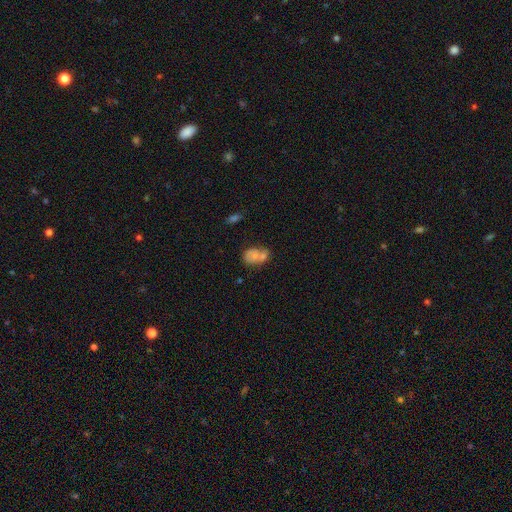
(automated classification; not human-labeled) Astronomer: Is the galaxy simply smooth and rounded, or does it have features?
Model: smooth — 59%.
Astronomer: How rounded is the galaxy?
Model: in between — 75%.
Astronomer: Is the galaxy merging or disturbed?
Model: merger — 43% (runner-up: none, 31%).